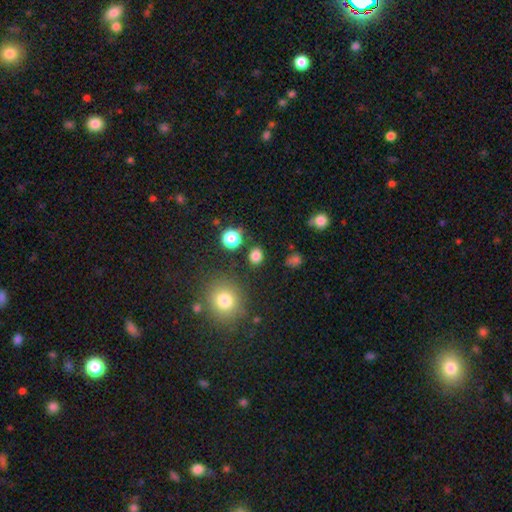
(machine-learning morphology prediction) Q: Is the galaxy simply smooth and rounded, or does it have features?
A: smooth — 79%.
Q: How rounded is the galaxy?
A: round — 69%.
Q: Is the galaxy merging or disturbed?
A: none — 86%.